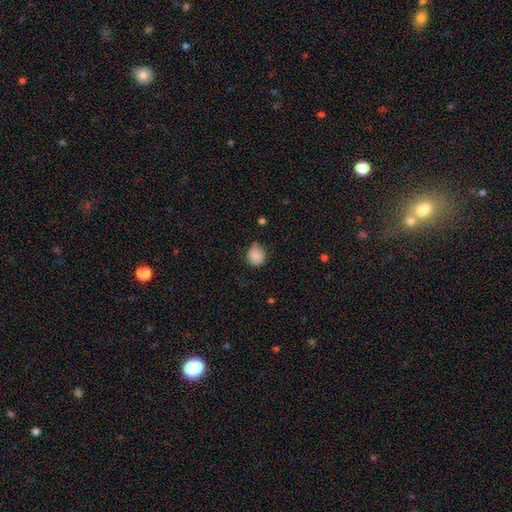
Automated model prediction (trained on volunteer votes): This appears to be a smooth galaxy with no disk features (85%) that is round (73%). Merging: none (59%).